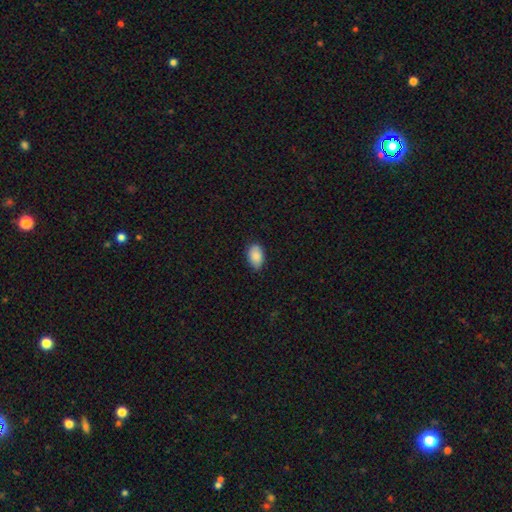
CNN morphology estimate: A smooth galaxy with no disk features (88%) that is in between round and cigar-shaped (89%). Merging: none (79%).